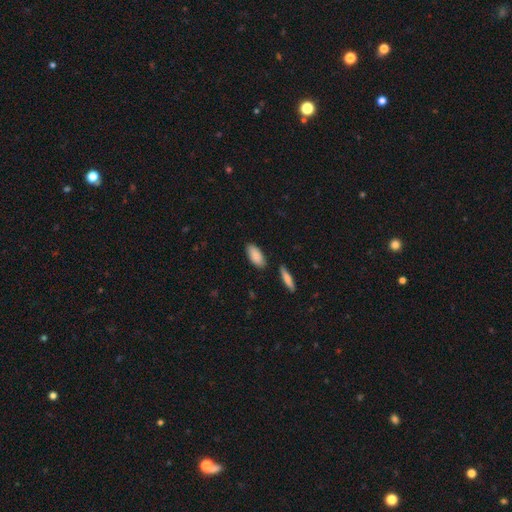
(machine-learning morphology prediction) Smooth or featured? smooth (88%)
How rounded? in between (85%)
Merging? none (82%)